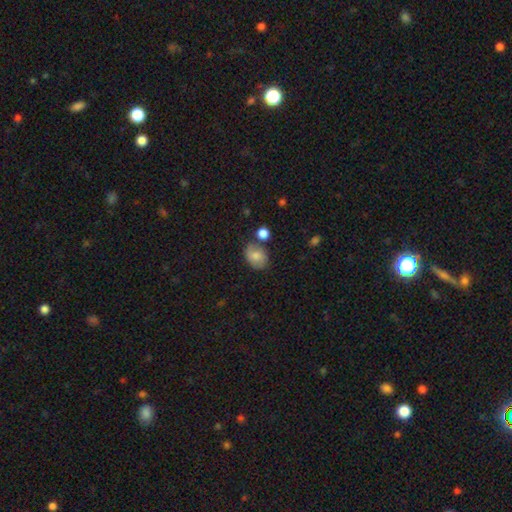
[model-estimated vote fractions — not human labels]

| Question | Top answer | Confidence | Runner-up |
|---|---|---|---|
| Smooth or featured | smooth | 74% | featured or disk (17%) |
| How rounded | in between | 67% | round (32%) |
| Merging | none | 66% | minor disturbance (19%) |